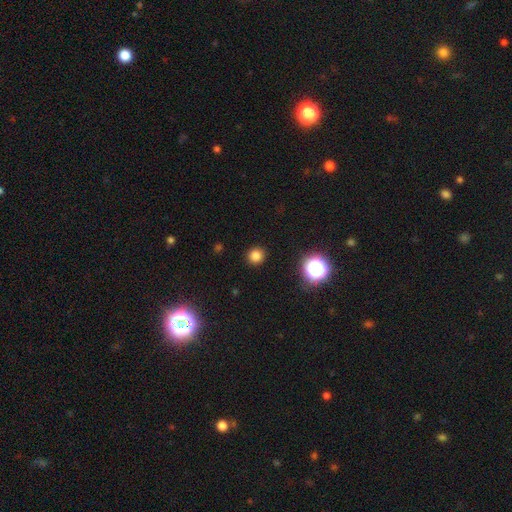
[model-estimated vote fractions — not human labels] Smooth or featured: smooth — 81% (star or artifact — 15%)
How rounded: round — 93% (in between — 6%)
Merging: none — 92% (minor disturbance — 5%)